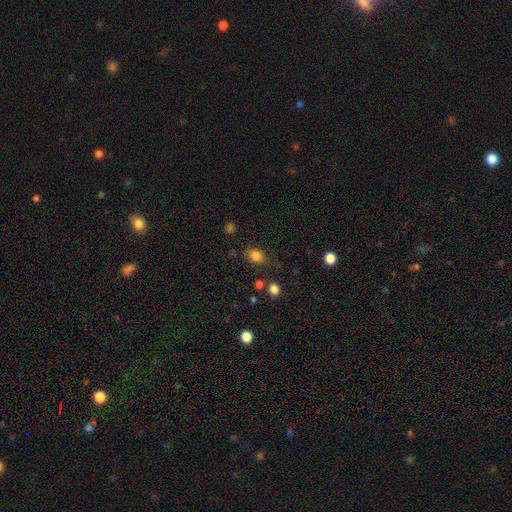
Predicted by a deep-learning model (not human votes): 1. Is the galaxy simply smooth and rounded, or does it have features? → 81% smooth, 12% star or artifact, 7% featured or disk.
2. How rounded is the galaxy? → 62% in between, 37% round, 1% cigar-shaped.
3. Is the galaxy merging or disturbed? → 73% none, 18% minor disturbance, 6% major disturbance, 4% merger.